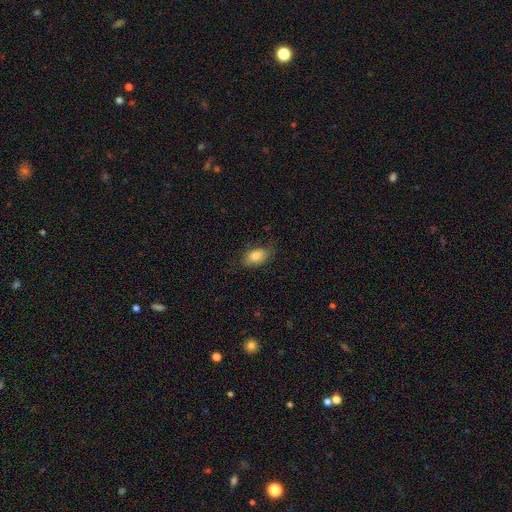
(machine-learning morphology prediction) A smooth galaxy with no disk features (82%) that is in between round and cigar-shaped (91%). Merging: none (75%).